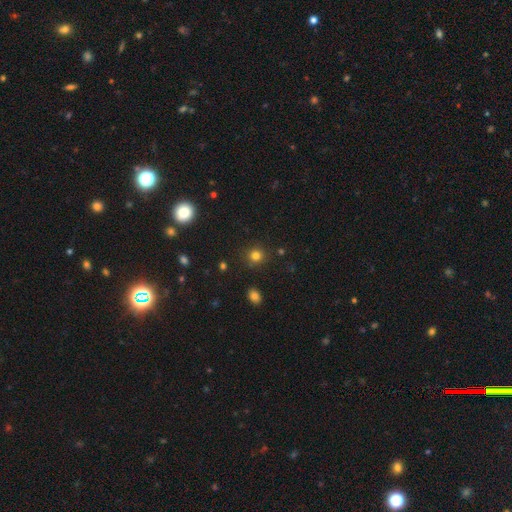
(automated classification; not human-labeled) Overall: smooth (81%). How rounded: round (89%). Merging: none (88%).